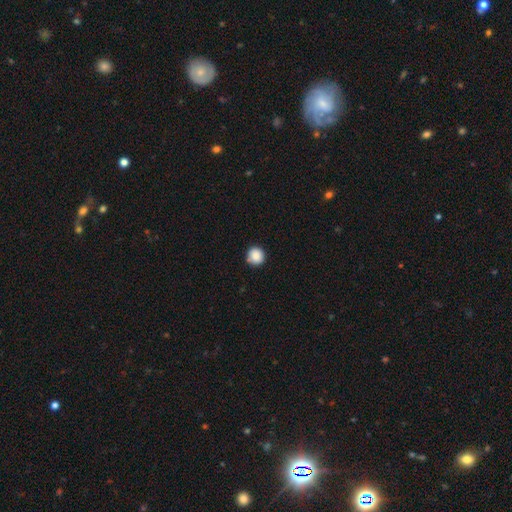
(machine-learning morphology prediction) smooth_or_featured: smooth (p=0.88) [alt: star or artifact p=0.09]
how_rounded: round (p=0.93) [alt: in between p=0.06]
merging: none (p=0.86) [alt: minor disturbance p=0.10]